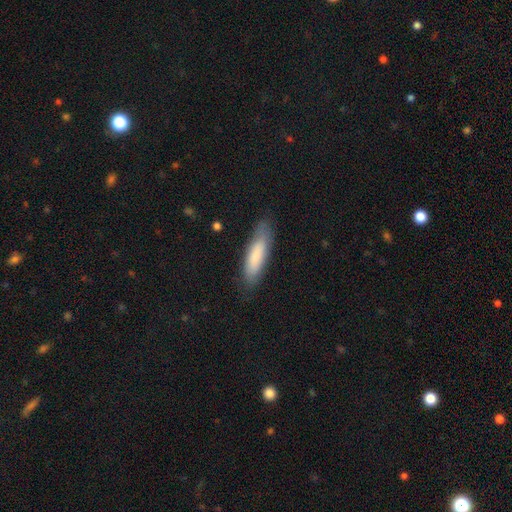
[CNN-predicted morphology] Smooth or featured? Predicted: smooth (p=0.80). How rounded? Predicted: cigar-shaped (p=0.62). Merging? Predicted: none (p=0.79).